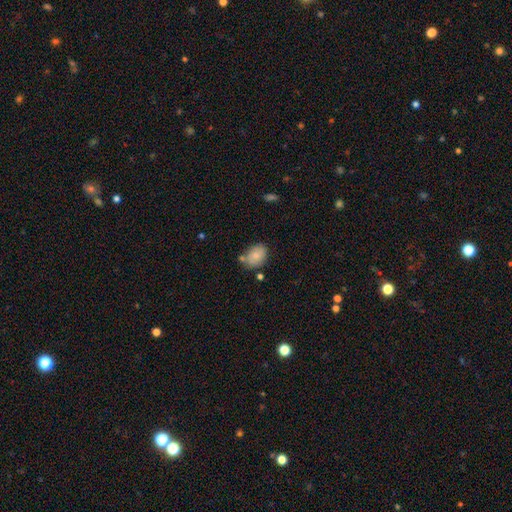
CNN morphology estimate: A smooth galaxy with no disk features (81%) that is in between round and cigar-shaped (76%).

Vote fractions:
- Smooth or featured? smooth: 81% / featured or disk: 11% / star or artifact: 8%
- How rounded? in between: 76% / round: 23% / cigar-shaped: 1%
- Merging? none: 65% / minor disturbance: 20% / merger: 11% / major disturbance: 5%